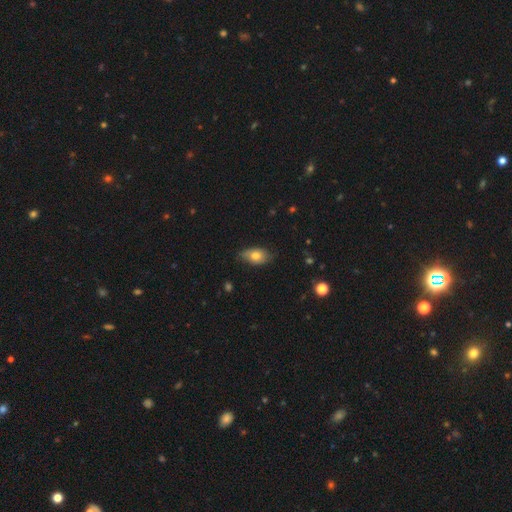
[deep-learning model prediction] A smooth galaxy with no disk features (73%) that is in between round and cigar-shaped (88%).

Vote fractions:
- Smooth or featured? smooth: 73% / featured or disk: 19% / star or artifact: 8%
- How rounded? in between: 88% / round: 9% / cigar-shaped: 3%
- Merging? none: 68% / minor disturbance: 26% / major disturbance: 4% / merger: 1%